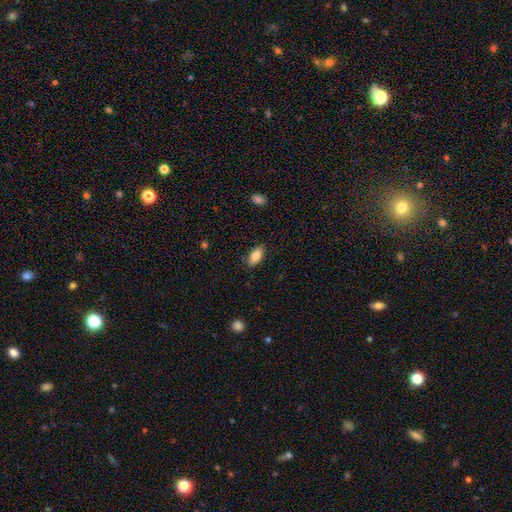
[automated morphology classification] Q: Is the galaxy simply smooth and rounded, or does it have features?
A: smooth — 86%.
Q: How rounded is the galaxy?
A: in between — 90%.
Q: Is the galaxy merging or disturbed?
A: none — 86%.